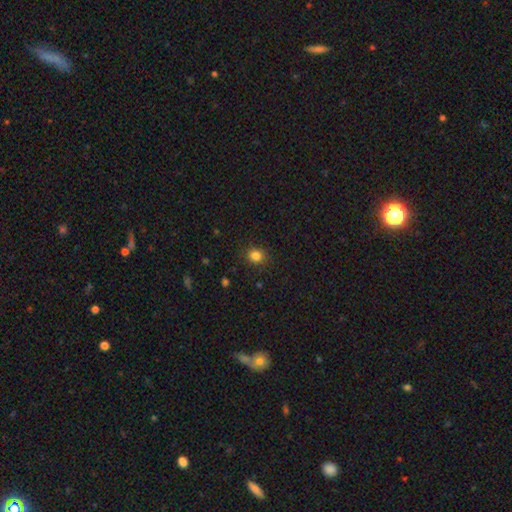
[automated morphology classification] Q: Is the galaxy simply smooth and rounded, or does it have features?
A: smooth — 84%.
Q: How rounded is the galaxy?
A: round — 79%.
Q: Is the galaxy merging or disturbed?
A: none — 86%.